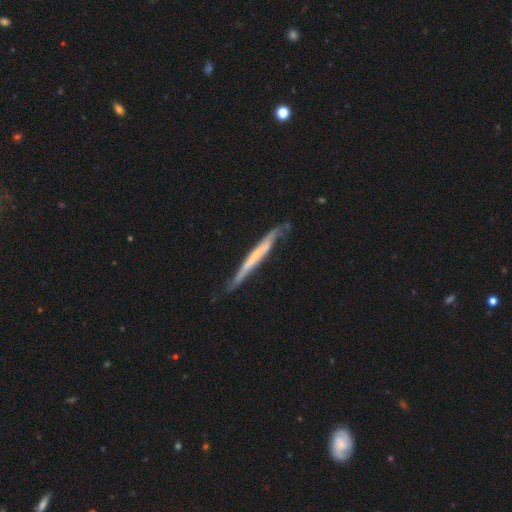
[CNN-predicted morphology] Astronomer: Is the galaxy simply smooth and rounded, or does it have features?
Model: featured or disk — 64%.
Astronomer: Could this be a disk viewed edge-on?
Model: yes — 95%.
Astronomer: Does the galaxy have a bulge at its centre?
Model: none — 68%.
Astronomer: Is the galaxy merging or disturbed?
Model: none — 81%.